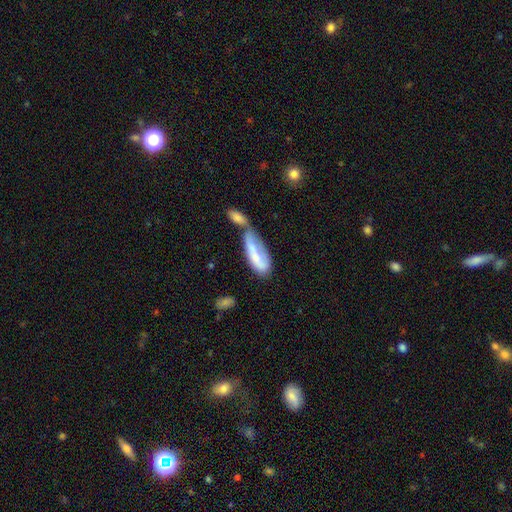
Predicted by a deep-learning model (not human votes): Overall: smooth (57%; featured or disk 37%). How rounded: in between (65%; cigar-shaped 33%). Merging: merger (60%).